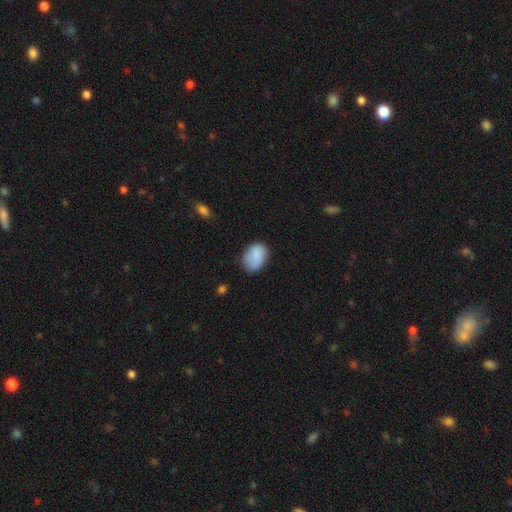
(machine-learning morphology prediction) The model was most divided on "merging": none: 69%, minor disturbance: 23%, major disturbance: 6%, merger: 2%. More confident: smooth or featured — smooth (83%); how rounded — in between (79%).